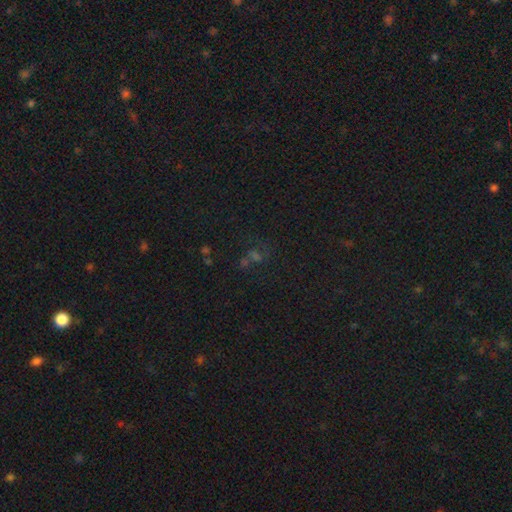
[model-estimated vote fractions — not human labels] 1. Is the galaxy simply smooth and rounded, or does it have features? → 52% star or artifact, 29% smooth, 19% featured or disk.